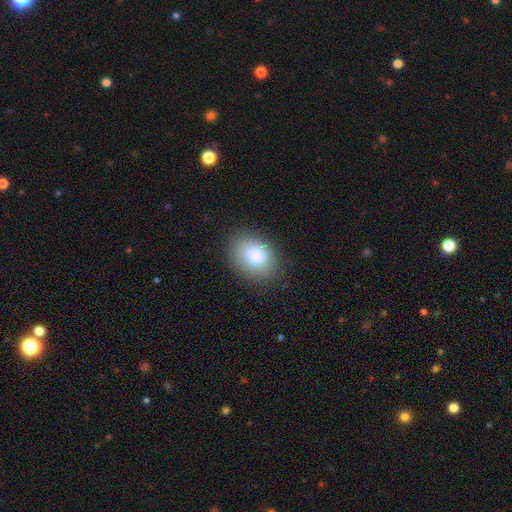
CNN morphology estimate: Overall: smooth (84%). How rounded: in between (66%; round 33%). Merging: none (81%).